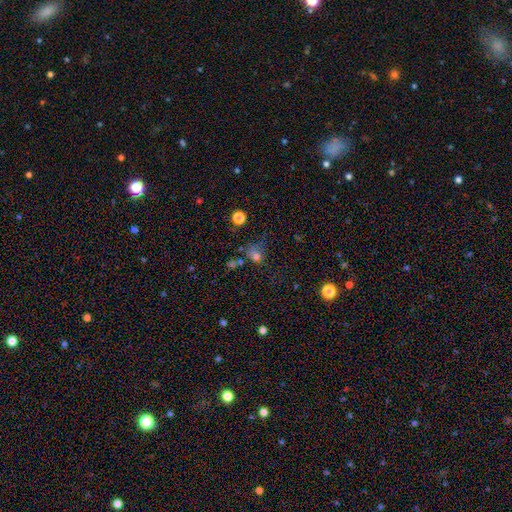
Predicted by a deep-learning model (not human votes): Smooth or featured?
  - smooth: 69% *
  - star or artifact: 21%
  - featured or disk: 10%
How rounded?
  - round: 61% *
  - in between: 37%
  - cigar-shaped: 2%
Merging?
  - none: 47% *
  - minor disturbance: 24%
  - major disturbance: 19%
  - merger: 10%